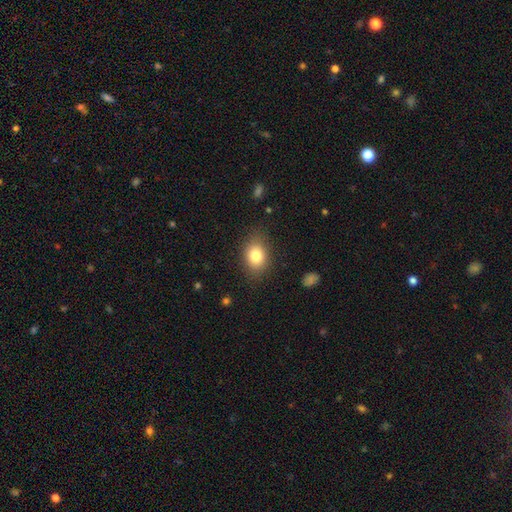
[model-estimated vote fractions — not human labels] Q: Smooth or featured?
A: smooth (81%); runner-up: featured or disk (10%)
Q: How rounded?
A: in between (68%); runner-up: round (30%)
Q: Merging?
A: none (82%); runner-up: minor disturbance (13%)